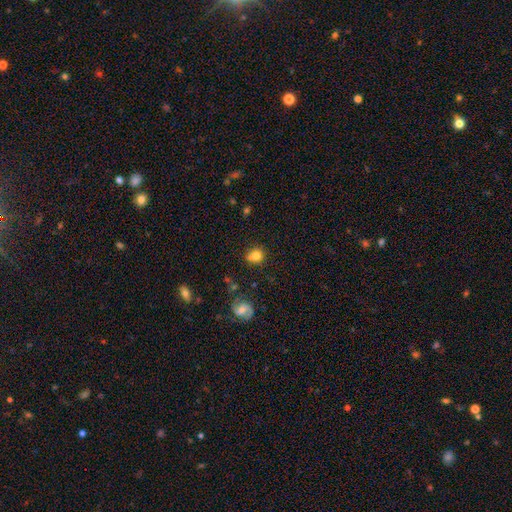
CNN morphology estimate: smooth 75%, featured or disk 15%, star or artifact 10%. Down the decision tree: how rounded — round (76%); merging — none (55%).